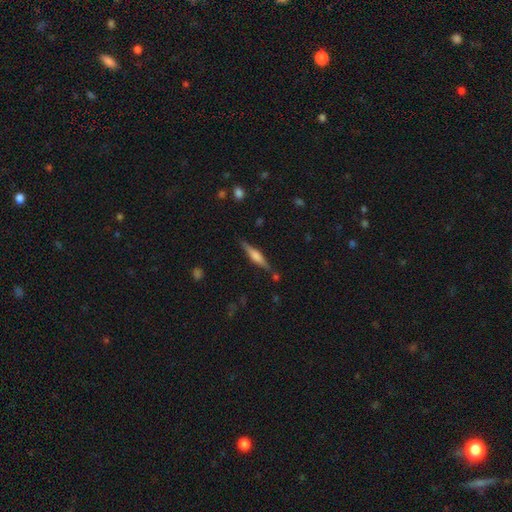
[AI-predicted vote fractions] Q: Smooth or featured?
A: featured or disk (60%); runner-up: smooth (34%)
Q: Edge-on disk?
A: yes (96%); runner-up: no (4%)
Q: Edge-on bulge?
A: rounded (59%); runner-up: boxy (33%)
Q: Merging?
A: none (84%); runner-up: minor disturbance (11%)